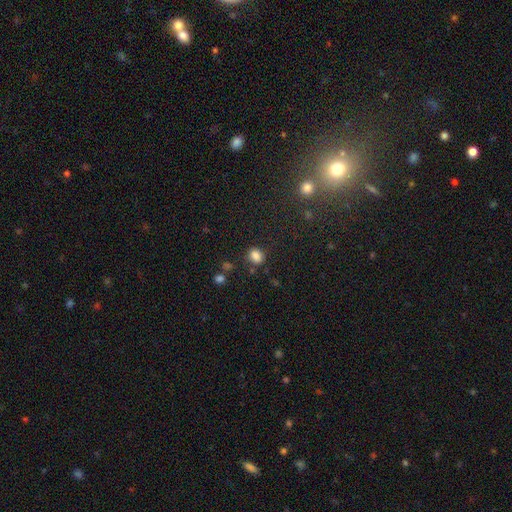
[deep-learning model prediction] A smooth galaxy with no disk features (83%) that is in between round and cigar-shaped (52%). Merging: none (74%).